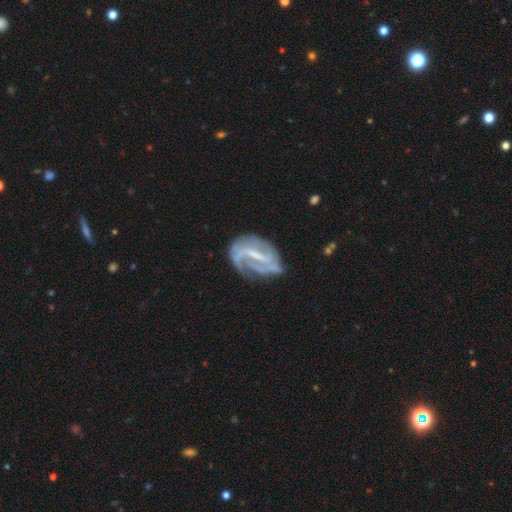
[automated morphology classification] This appears to be a featured or disk galaxy (82%) with a strong bar (51%), 2 (39%) medium (40%) spiral arms (88%) and a small central bulge (41%). Merging: none (52%).